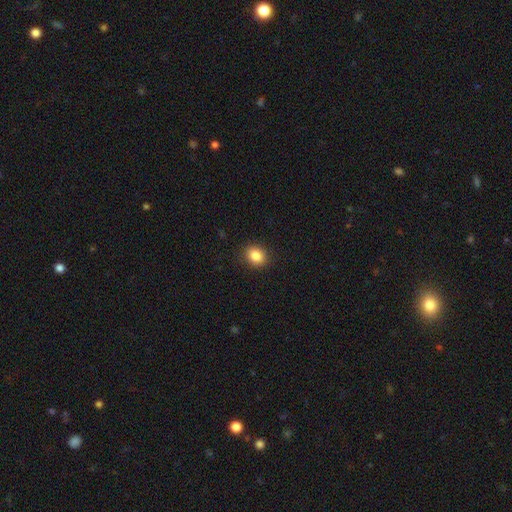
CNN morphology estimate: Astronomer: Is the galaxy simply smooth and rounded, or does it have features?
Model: smooth — 85%.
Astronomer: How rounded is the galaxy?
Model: round — 56% (runner-up: in between, 43%).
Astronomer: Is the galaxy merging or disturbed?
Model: none — 90%.